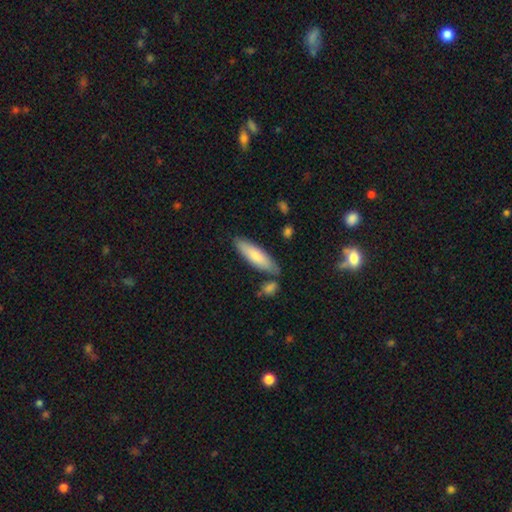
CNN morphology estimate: Smooth or featured? smooth (75%)
How rounded? cigar-shaped (65%)
Merging? none (78%)